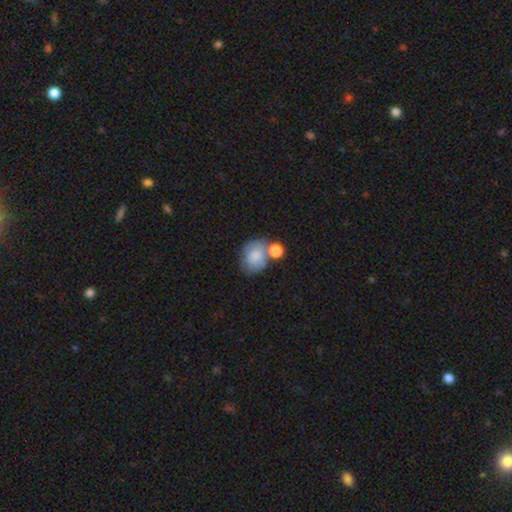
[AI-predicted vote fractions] This appears to be a smooth galaxy with no disk features (76%) that is round (51%). Merging: none (46%).